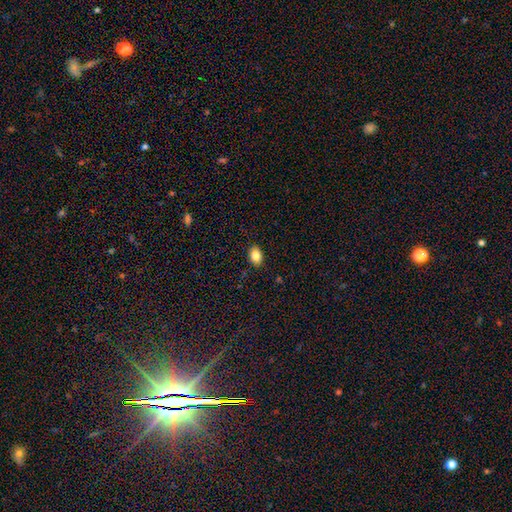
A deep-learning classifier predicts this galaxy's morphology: smooth 84%, star or artifact 9%, featured or disk 7%. Down the decision tree: how rounded — in between (80%); merging — none (88%).